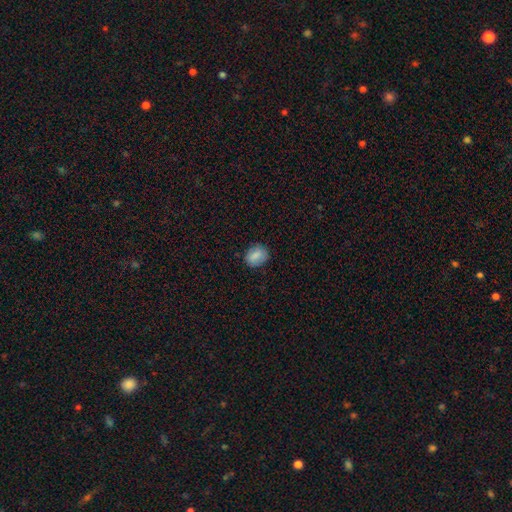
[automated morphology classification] A smooth galaxy with no disk features (85%) that is in between round and cigar-shaped (50%). Merging: none (81%).